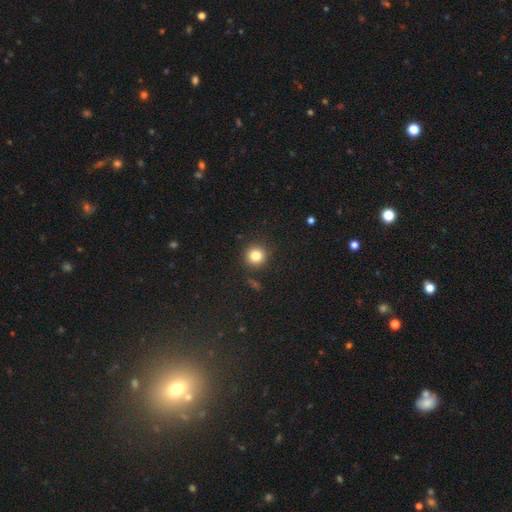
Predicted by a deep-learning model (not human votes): smooth-or-featured: smooth: 83% | star or artifact: 12% | featured or disk: 6%
  how-rounded: round: 93% | in between: 6% | cigar-shaped: 1%
  merging: none: 89% | minor disturbance: 7% | major disturbance: 2% | merger: 2%